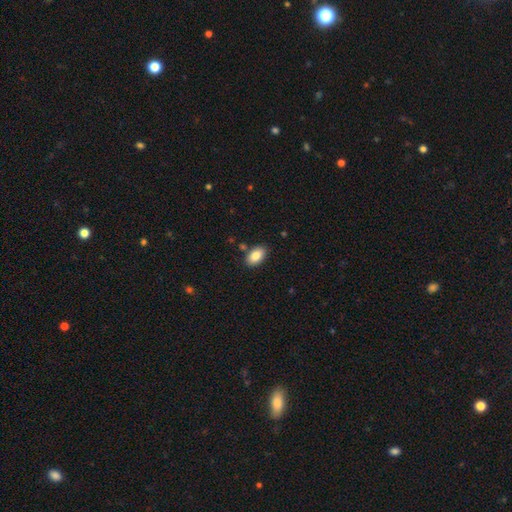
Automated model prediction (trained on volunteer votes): Smooth or featured: smooth — 86% (featured or disk — 7%)
How rounded: in between — 93% (round — 5%)
Merging: none — 84% (minor disturbance — 10%)